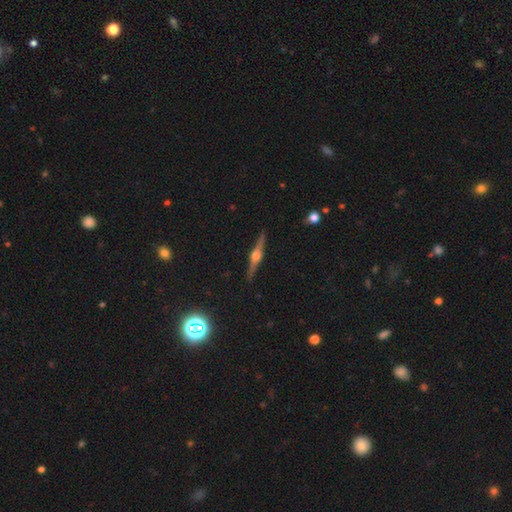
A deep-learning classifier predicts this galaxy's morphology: Overall: featured or disk (82%). Edge-on disk: yes (98%). Edge-on bulge: rounded (91%). Merging: none (91%).